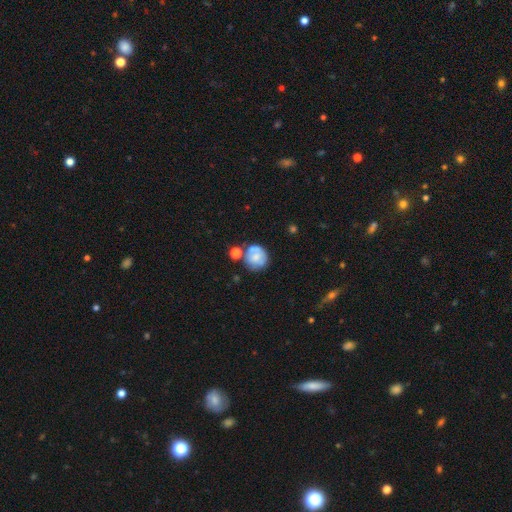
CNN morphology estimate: Q: Smooth or featured?
A: smooth (60%); runner-up: featured or disk (30%)
Q: How rounded?
A: round (83%); runner-up: in between (16%)
Q: Merging?
A: none (52%); runner-up: minor disturbance (20%)